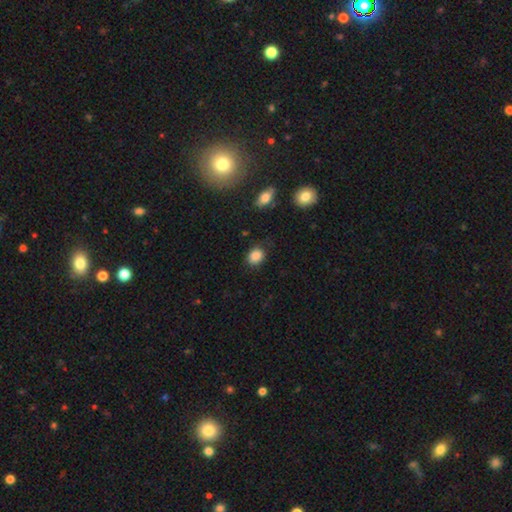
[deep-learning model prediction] The model was most divided on "how rounded": in between: 52%, round: 47%, cigar-shaped: 1%. More confident: smooth or featured — smooth (86%); merging — none (76%).